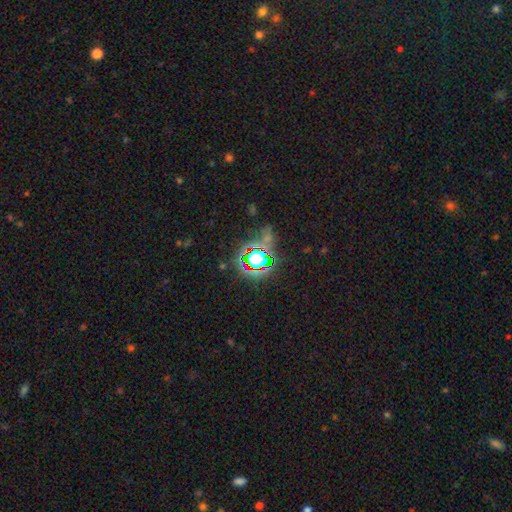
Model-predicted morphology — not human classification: smooth_or_featured: star or artifact (p=0.79) [alt: smooth p=0.13]